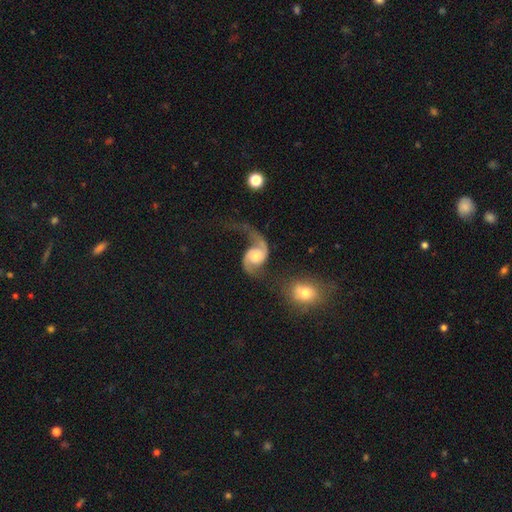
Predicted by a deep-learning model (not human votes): smooth-or-featured: featured or disk: 89% | smooth: 7% | star or artifact: 5%
  disk-edge-on: no: 98% | yes: 2%
    bar: no: 62% | weak: 31% | strong: 8%
    has-spiral-arms: yes: 97% | no: 3%
      spiral-winding: loose: 64% | medium: 28% | tight: 7%
      spiral-arm-count: 2: 86% | 1: 9% | can't tell: 2% | 3: 1% | 4: 1% | more than 4: 1%
    bulge-size: moderate: 46% | small: 36% | large: 10% | none: 5% | dominant: 2%
  merging: none: 39% | major disturbance: 27% | merger: 17% | minor disturbance: 17%